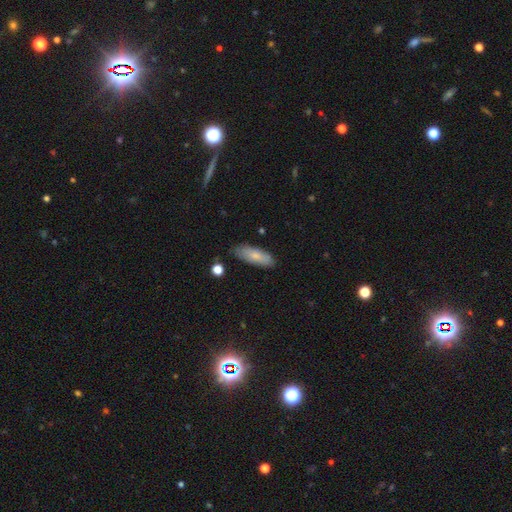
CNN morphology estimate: type=smooth (78%); roundness=in between (62%); merging=none (80%).